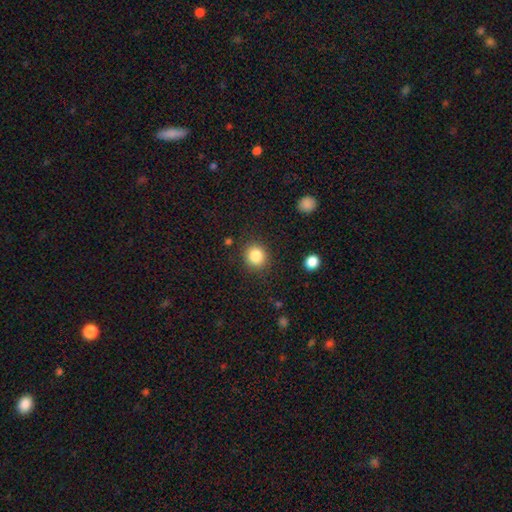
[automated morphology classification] A smooth galaxy with no disk features (84%) that is round (85%).

Vote fractions:
- Smooth or featured? smooth: 84% / star or artifact: 10% / featured or disk: 6%
- How rounded? round: 85% / in between: 14% / cigar-shaped: 1%
- Merging? none: 88% / minor disturbance: 8% / major disturbance: 3% / merger: 2%